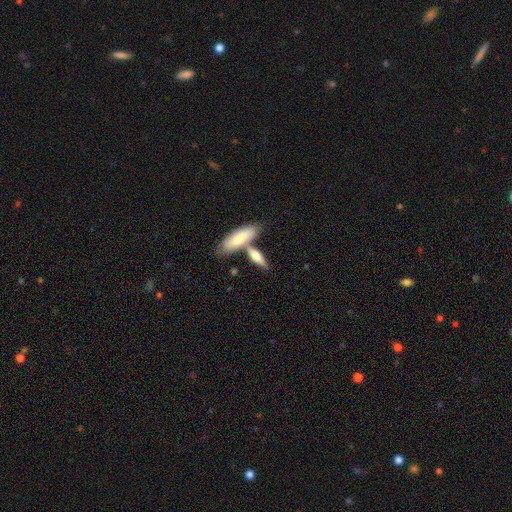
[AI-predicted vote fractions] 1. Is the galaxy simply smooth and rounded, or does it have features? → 62% smooth, 32% featured or disk, 5% star or artifact.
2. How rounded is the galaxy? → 56% cigar-shaped, 41% in between, 3% round.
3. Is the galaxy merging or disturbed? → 45% none, 42% merger, 10% minor disturbance, 3% major disturbance.